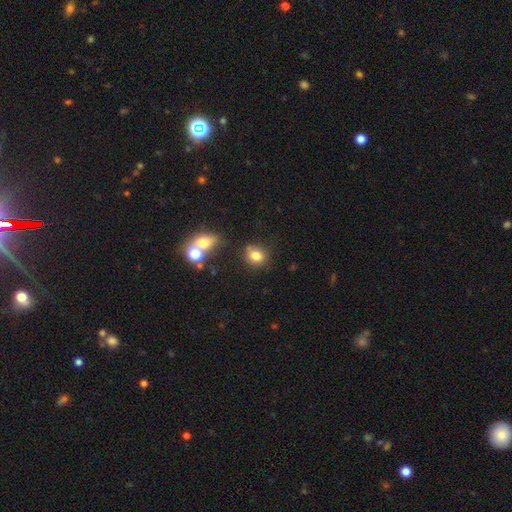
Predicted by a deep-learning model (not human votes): Smooth or featured? Predicted: smooth (p=0.79). How rounded? Predicted: round (p=0.66). Merging? Predicted: none (p=0.69).